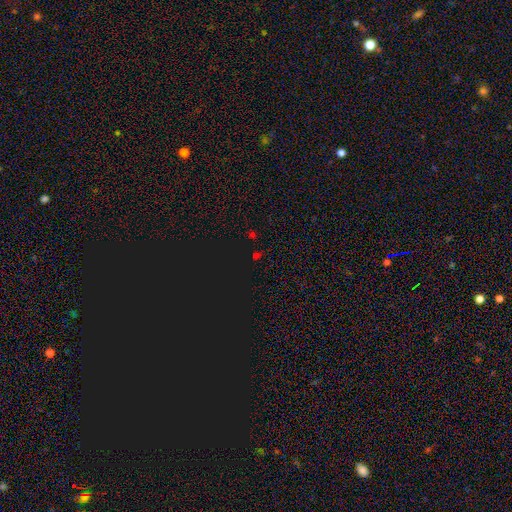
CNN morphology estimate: A star or artifact, not a galaxy (67%).